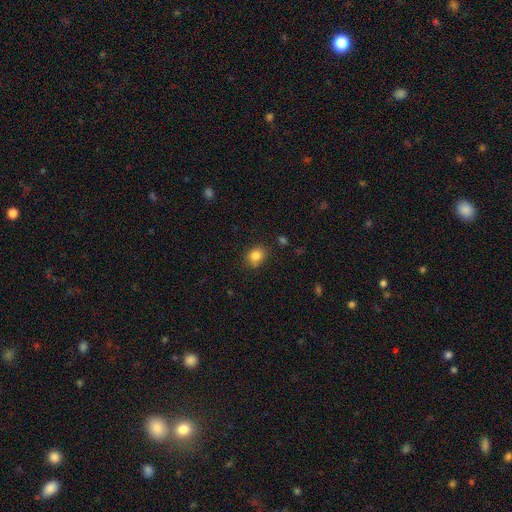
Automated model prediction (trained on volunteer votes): smooth-or-featured: smooth: 84% | star or artifact: 10% | featured or disk: 6%
  how-rounded: round: 55% | in between: 44% | cigar-shaped: 1%
  merging: none: 79% | minor disturbance: 14% | major disturbance: 3% | merger: 3%